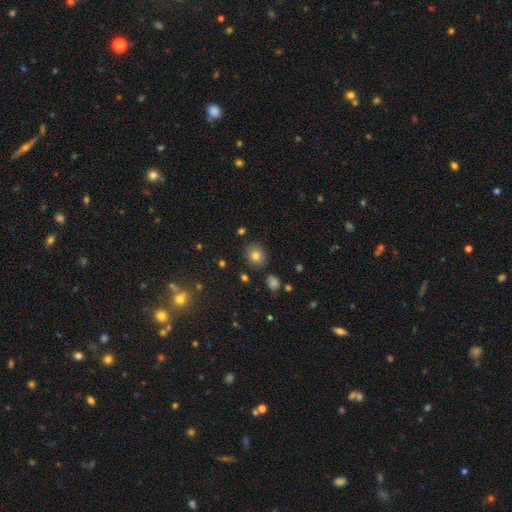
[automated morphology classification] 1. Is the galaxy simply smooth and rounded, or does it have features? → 79% smooth, 12% star or artifact, 8% featured or disk.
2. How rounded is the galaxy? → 68% round, 31% in between, 1% cigar-shaped.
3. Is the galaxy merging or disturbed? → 84% none, 11% minor disturbance, 3% major disturbance, 3% merger.